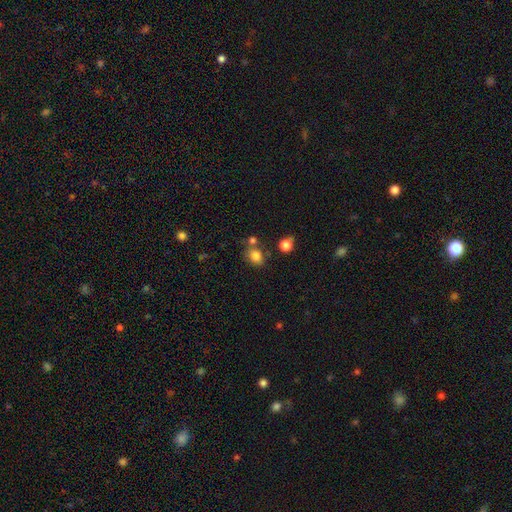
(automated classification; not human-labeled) smooth 81%, star or artifact 12%, featured or disk 6%. Down the decision tree: how rounded — round (53%); merging — none (64%).